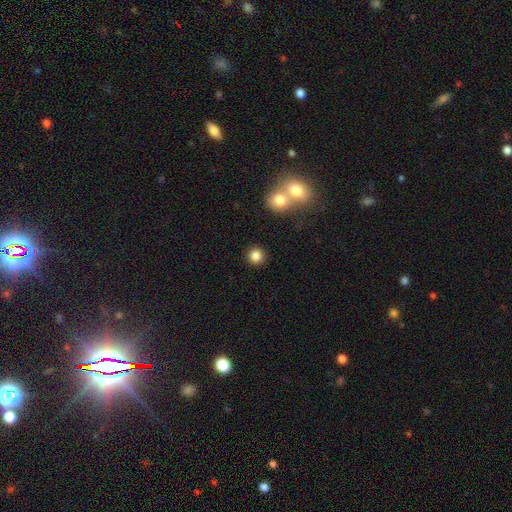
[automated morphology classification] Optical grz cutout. It shows a smooth galaxy with no disk features (84%) that is round (93%). Merging: none (87%).